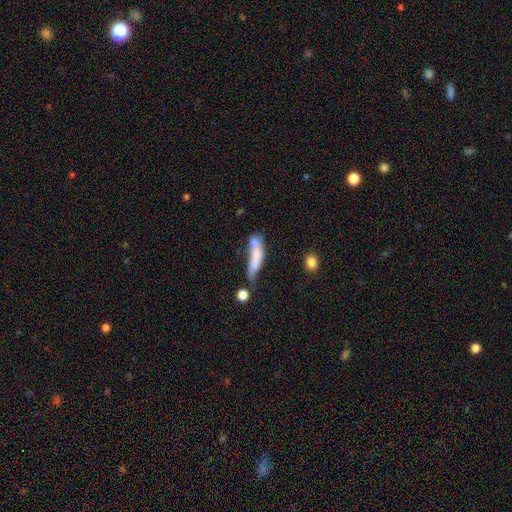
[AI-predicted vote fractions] Smooth or featured? Predicted: smooth (p=0.66). How rounded? Predicted: cigar-shaped (p=0.72). Merging? Predicted: none (p=0.28).